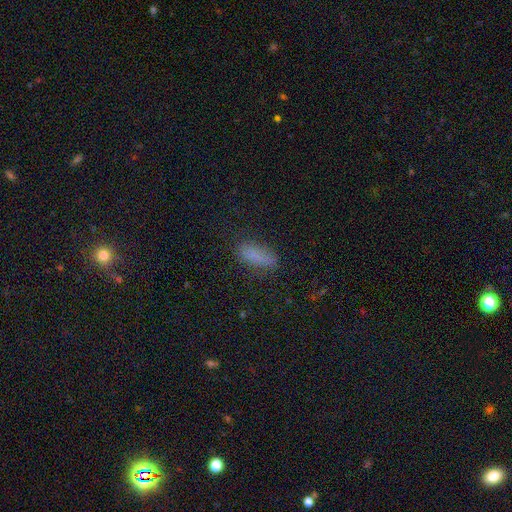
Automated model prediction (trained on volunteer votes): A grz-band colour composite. It shows a smooth galaxy with no disk features (81%) that is in between round and cigar-shaped (66%). Merging: none (76%).